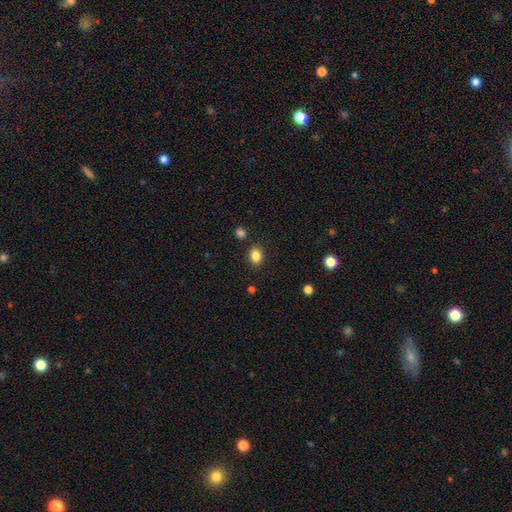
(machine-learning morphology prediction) smooth-or-featured: smooth: 84% | star or artifact: 11% | featured or disk: 5%
  how-rounded: in between: 52% | round: 47% | cigar-shaped: 1%
  merging: none: 85% | minor disturbance: 9% | merger: 3% | major disturbance: 2%